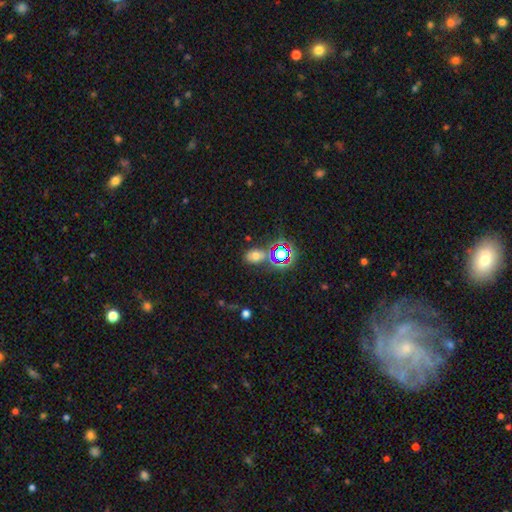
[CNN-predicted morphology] Smooth or featured: smooth — 58% (star or artifact — 30%)
How rounded: in between — 76% (round — 22%)
Merging: none — 65% (minor disturbance — 16%)